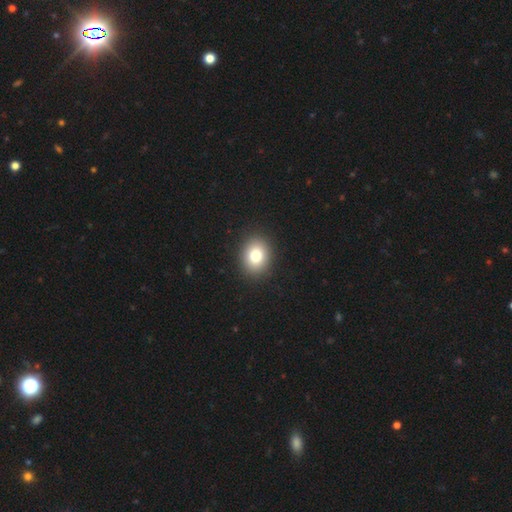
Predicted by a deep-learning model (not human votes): Smooth or featured: smooth — 80% (star or artifact — 10%)
How rounded: round — 53% (in between — 46%)
Merging: none — 91% (minor disturbance — 6%)